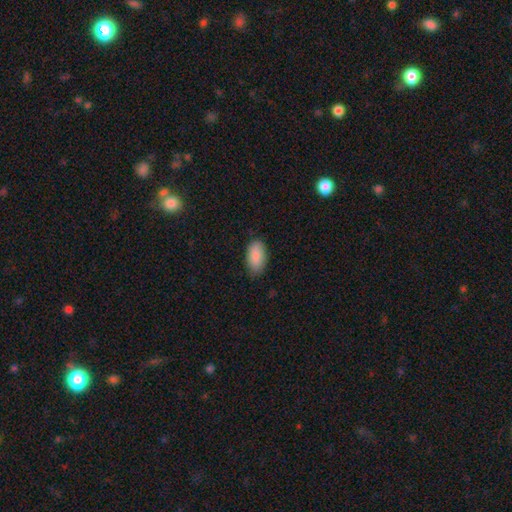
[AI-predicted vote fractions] The model was most divided on "merging": none: 81%, minor disturbance: 15%, major disturbance: 3%, merger: 1%. More confident: how rounded — in between (94%); smooth or featured — smooth (89%).